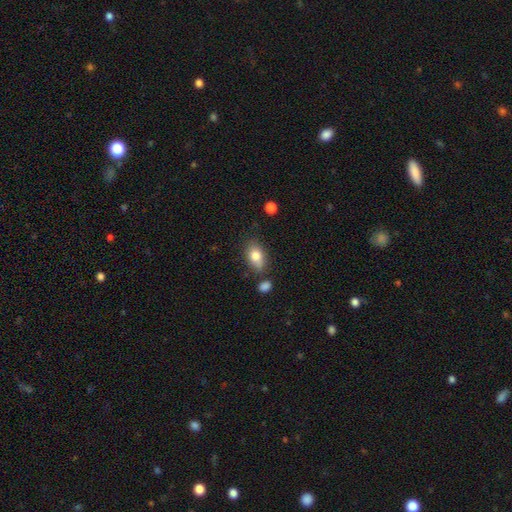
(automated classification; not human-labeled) Smooth or featured? Predicted: smooth (p=0.81). How rounded? Predicted: in between (p=0.86). Merging? Predicted: none (p=0.71).